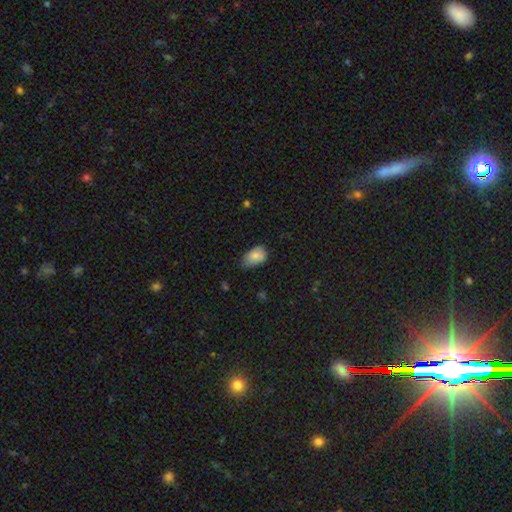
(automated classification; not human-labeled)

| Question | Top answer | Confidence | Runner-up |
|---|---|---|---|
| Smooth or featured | smooth | 83% | featured or disk (9%) |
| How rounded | in between | 88% | round (10%) |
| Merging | none | 47% | minor disturbance (43%) |